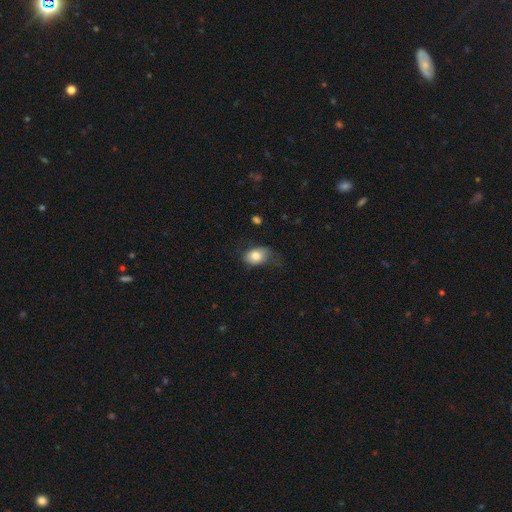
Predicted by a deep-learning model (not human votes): Smooth or featured: smooth — 80% (featured or disk — 12%)
How rounded: in between — 75% (round — 24%)
Merging: none — 47% (minor disturbance — 34%)